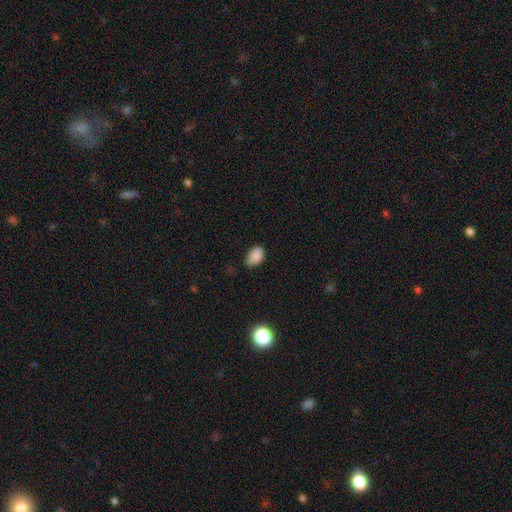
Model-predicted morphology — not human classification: This appears to be a smooth galaxy with no disk features (87%) that is in between round and cigar-shaped (88%). Merging: none (69%).